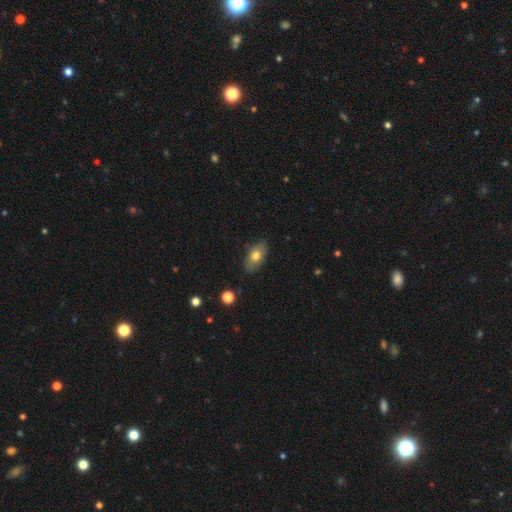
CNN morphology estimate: A smooth galaxy with no disk features (70%) that is in between round and cigar-shaped (90%). Merging: none (82%).